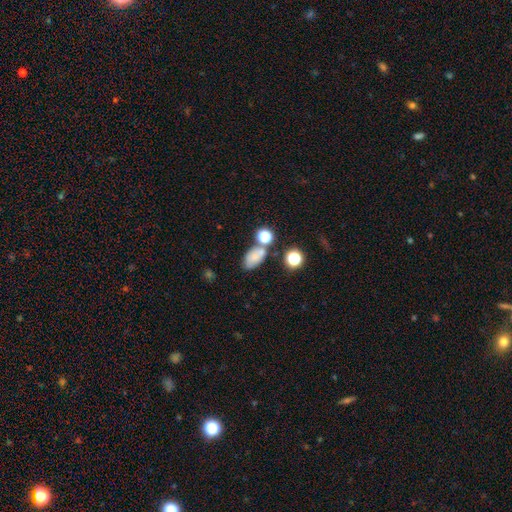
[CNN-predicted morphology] Smooth or featured: smooth — 72% (star or artifact — 16%)
How rounded: in between — 86% (round — 12%)
Merging: none — 59% (merger — 18%)